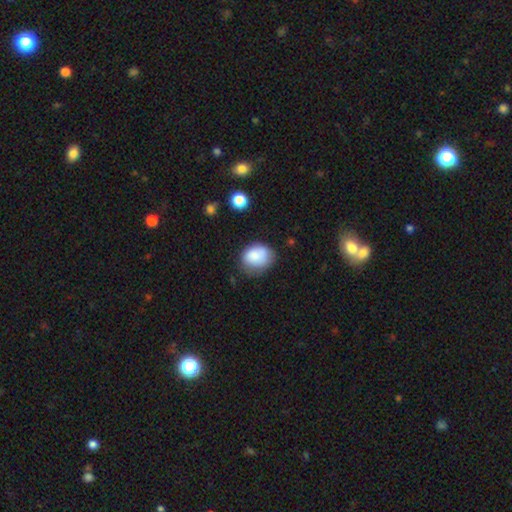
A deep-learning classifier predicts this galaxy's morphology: A smooth galaxy with no disk features (81%) that is in between round and cigar-shaped (51%). Merging: none (57%).